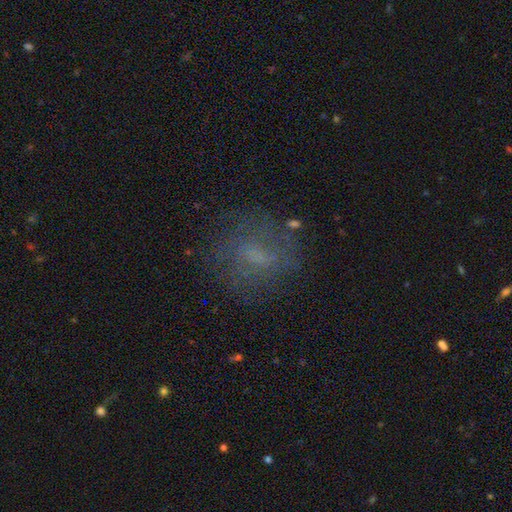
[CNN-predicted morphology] smooth-or-featured: featured or disk: 42% | smooth: 40% | star or artifact: 17%
  merging: none: 69% | minor disturbance: 16% | major disturbance: 13% | merger: 2%